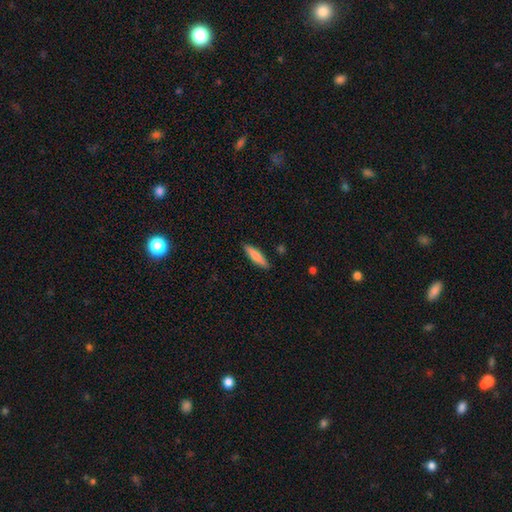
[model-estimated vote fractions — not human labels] smooth-or-featured: smooth: 77% | featured or disk: 18% | star or artifact: 6%
  how-rounded: cigar-shaped: 76% | in between: 22% | round: 2%
  merging: none: 88% | minor disturbance: 9% | major disturbance: 2% | merger: 1%